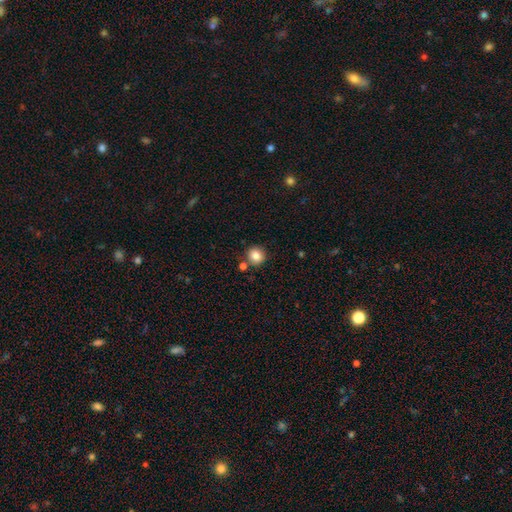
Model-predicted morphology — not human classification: type=smooth (85%); roundness=round (86%); merging=none (79%).